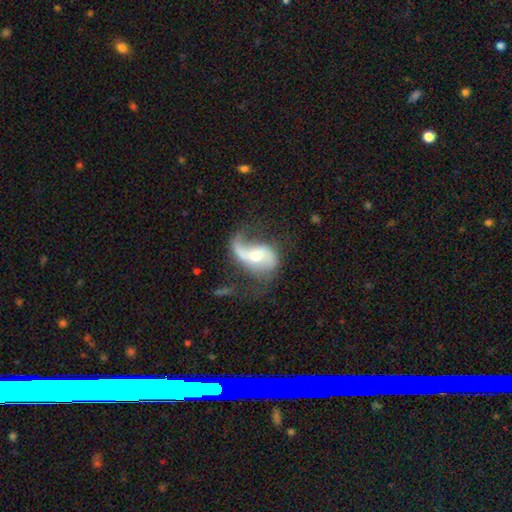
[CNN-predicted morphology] Overall: featured or disk (79%). Edge-on disk: no (96%). Bar: no (49%; weak 33%). Spiral arms: yes (91%). Spiral arm count: 2 (68%). Spiral winding: loose (74%). Bulge size: moderate (66%). Merging: none (44%; major disturbance 27%).